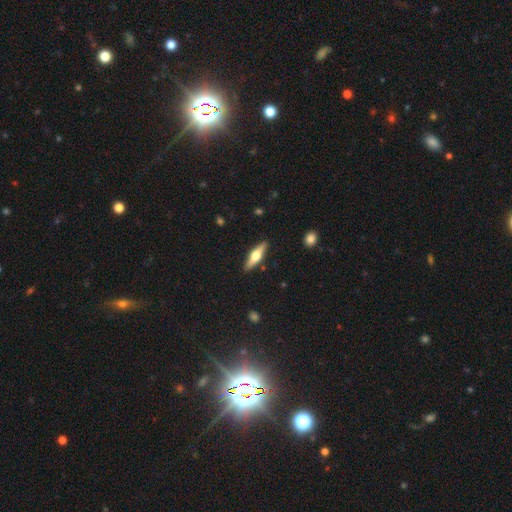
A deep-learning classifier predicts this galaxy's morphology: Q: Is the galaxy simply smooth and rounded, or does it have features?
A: featured or disk — 54%.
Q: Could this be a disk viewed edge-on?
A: yes — 94%.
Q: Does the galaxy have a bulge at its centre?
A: rounded — 94%.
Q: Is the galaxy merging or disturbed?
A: none — 88%.